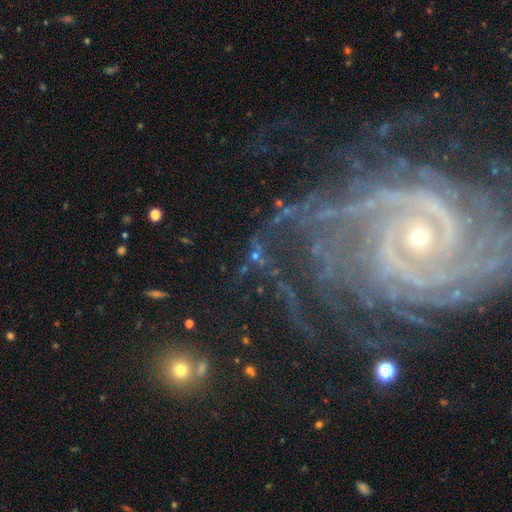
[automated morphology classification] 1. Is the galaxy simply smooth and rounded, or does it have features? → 47% star or artifact, 35% featured or disk, 17% smooth.